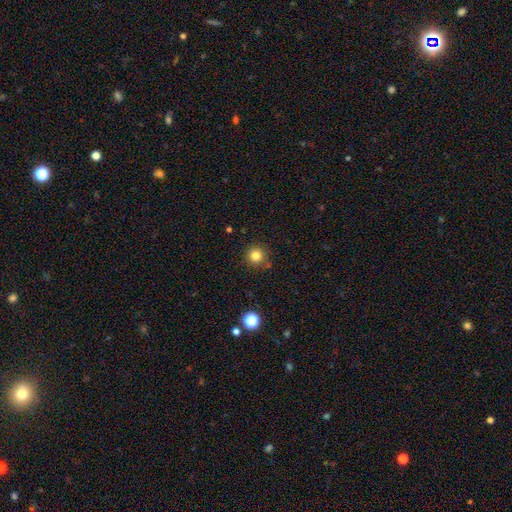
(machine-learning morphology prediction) Smooth or featured?
  - smooth: 82% *
  - star or artifact: 13%
  - featured or disk: 5%
How rounded?
  - round: 94% *
  - in between: 5%
  - cigar-shaped: 1%
Merging?
  - none: 86% *
  - minor disturbance: 8%
  - merger: 4%
  - major disturbance: 2%